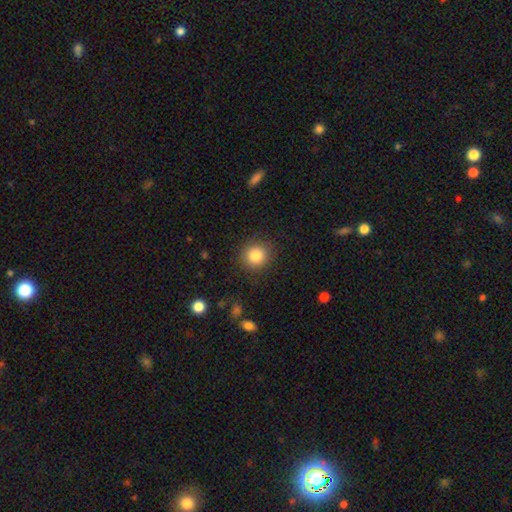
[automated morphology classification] This is clearly a smooth galaxy (83%). How rounded: clearly round (90%). Merging: clearly none (88%).